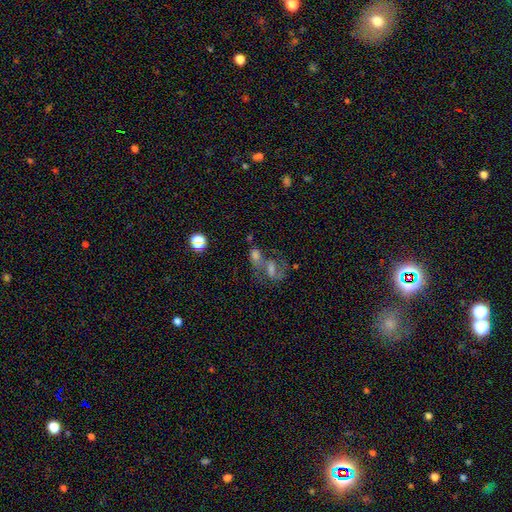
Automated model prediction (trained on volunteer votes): Smooth or featured? smooth (44%)
Merging? merger (53%)